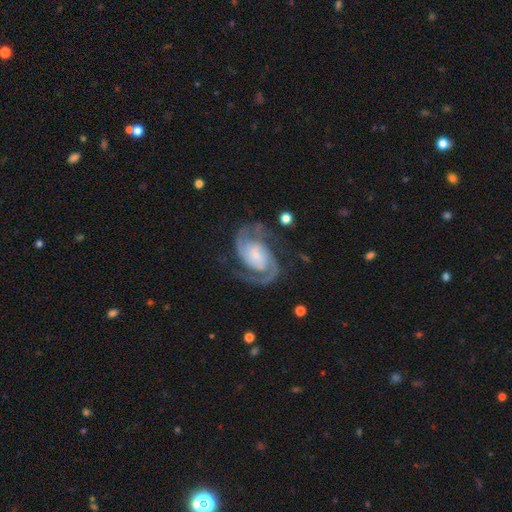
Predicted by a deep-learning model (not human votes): A featured or disk galaxy (92%) with no bar (48%), 2 (93%) medium (57%) spiral arms (98%) and a small central bulge (53%). Merging: none (75%).